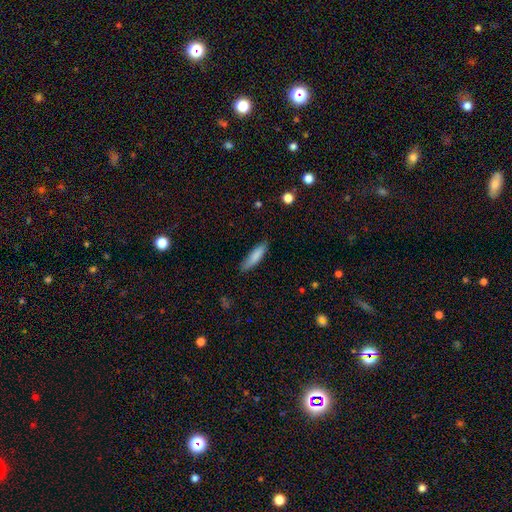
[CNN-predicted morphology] The model was most divided on "how rounded": cigar-shaped: 72%, in between: 27%, round: 1%. More confident: smooth or featured — smooth (83%); merging — none (80%).